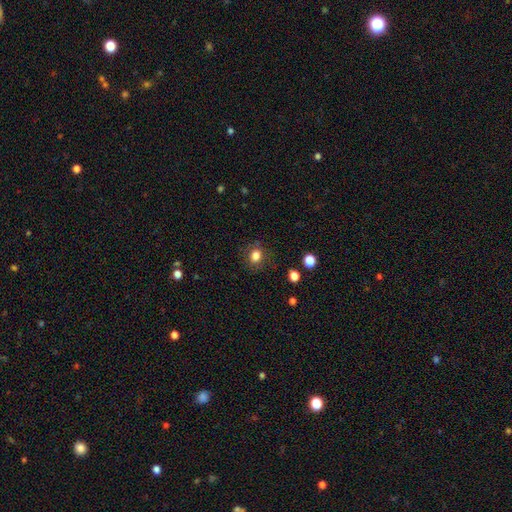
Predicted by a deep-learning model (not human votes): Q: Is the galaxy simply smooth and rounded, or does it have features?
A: smooth — 82%.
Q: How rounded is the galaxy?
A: round — 65%.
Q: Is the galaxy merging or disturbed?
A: none — 83%.